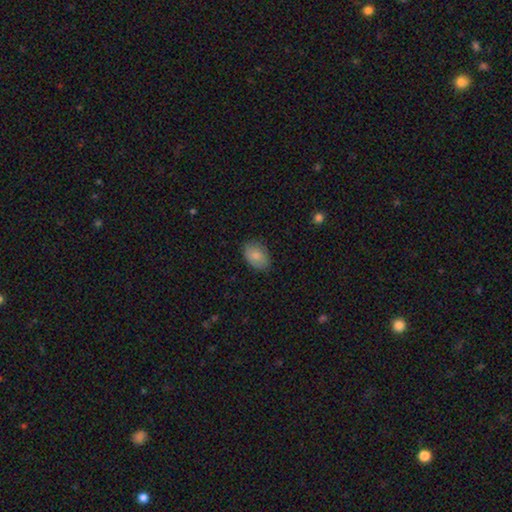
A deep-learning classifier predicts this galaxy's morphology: A smooth galaxy with no disk features (82%) that is in between round and cigar-shaped (84%). Merging: none (82%).